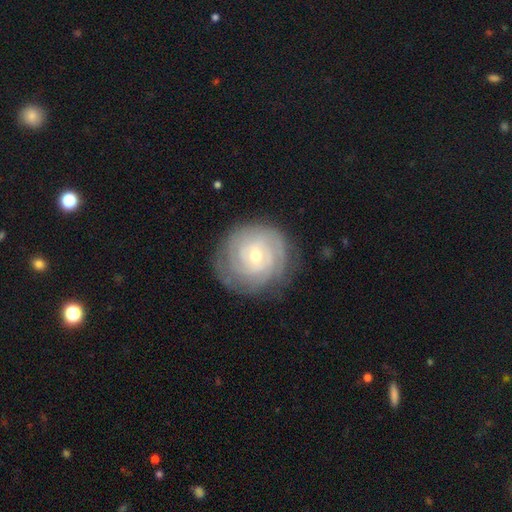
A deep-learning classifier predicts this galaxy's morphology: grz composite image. It shows a featured or disk galaxy (82%) with no bar (51%), tight (84%) spiral arms (95%) and a moderate central bulge (52%). Merging: none (81%).